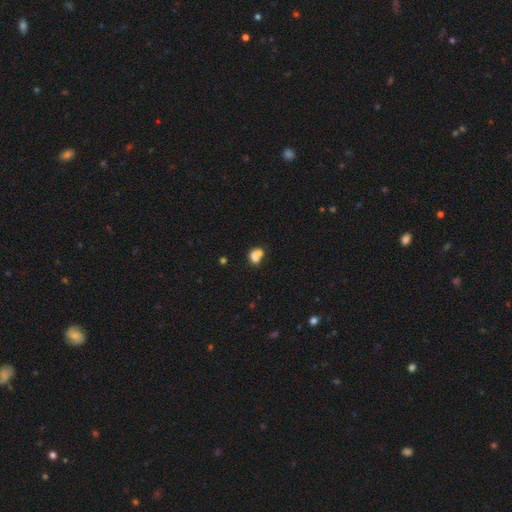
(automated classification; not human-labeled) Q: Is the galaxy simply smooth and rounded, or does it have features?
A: smooth — 74%.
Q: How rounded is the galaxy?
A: in between — 56%.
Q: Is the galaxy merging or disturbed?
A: merger — 51%.